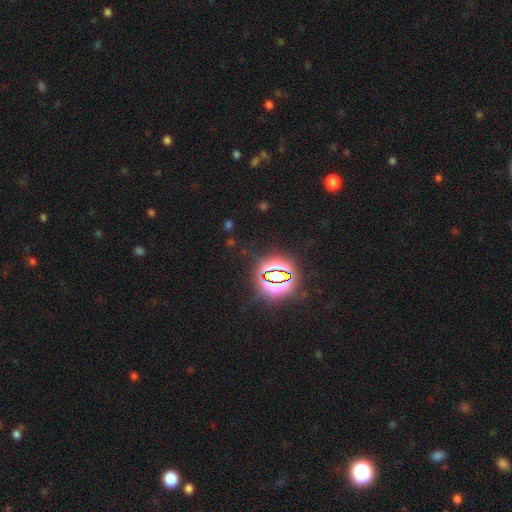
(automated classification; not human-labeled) This is clearly a star or artifact rather than a galaxy (81%).